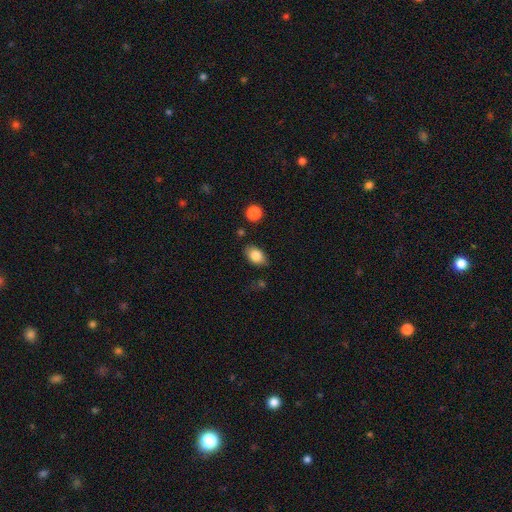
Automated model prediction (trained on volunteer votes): A smooth galaxy with no disk features (83%) that is in between round and cigar-shaped (86%). Merging: none (79%).